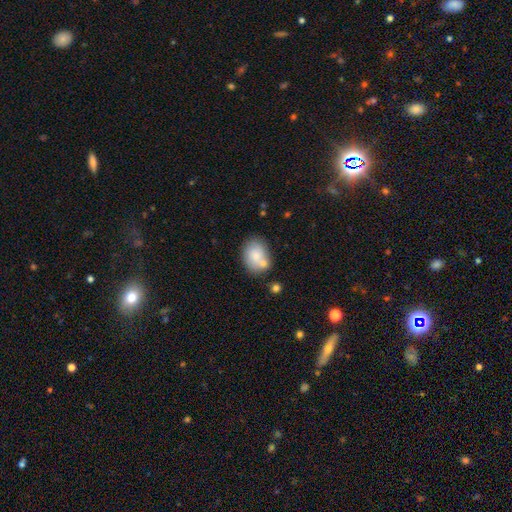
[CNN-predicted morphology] This appears to be a smooth galaxy with no disk features (76%) that is in between round and cigar-shaped (66%). Merging: none (57%).